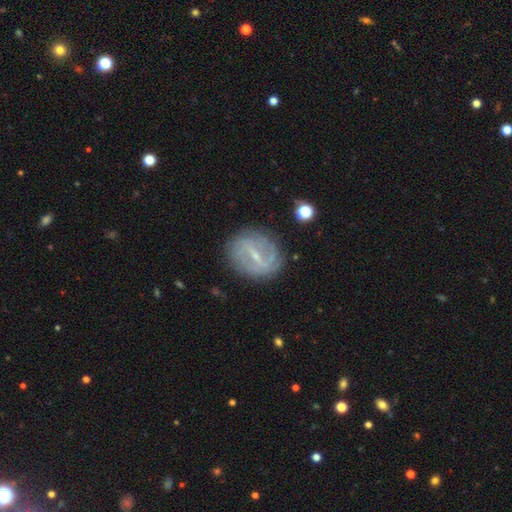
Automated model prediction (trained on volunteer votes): Smooth or featured?
  - featured or disk: 77% *
  - smooth: 16%
  - star or artifact: 7%
Edge-on disk?
  - no: 94% *
  - yes: 6%
Bar?
  - strong: 55% *
  - weak: 36%
  - no: 9%
Spiral arms?
  - yes: 69% *
  - no: 31%
Spiral winding?
  - tight: 42% *
  - medium: 35%
  - loose: 23%
Spiral arm count?
  - 2: 61% *
  - can't tell: 28%
  - 3: 4%
  - 1: 3%
  - 4: 2%
  - more than 4: 2%
Bulge size?
  - small: 73% *
  - moderate: 18%
  - none: 6%
  - large: 1%
  - dominant: 1%
Merging?
  - none: 80% *
  - minor disturbance: 13%
  - major disturbance: 5%
  - merger: 2%